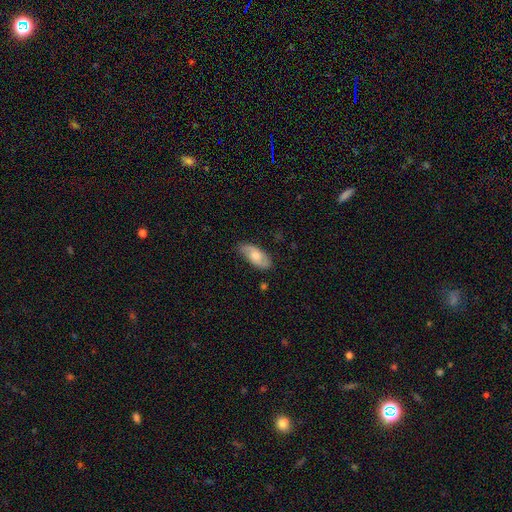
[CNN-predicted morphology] A smooth galaxy with no disk features (61%) that is in between round and cigar-shaped (88%). Merging: none (78%).